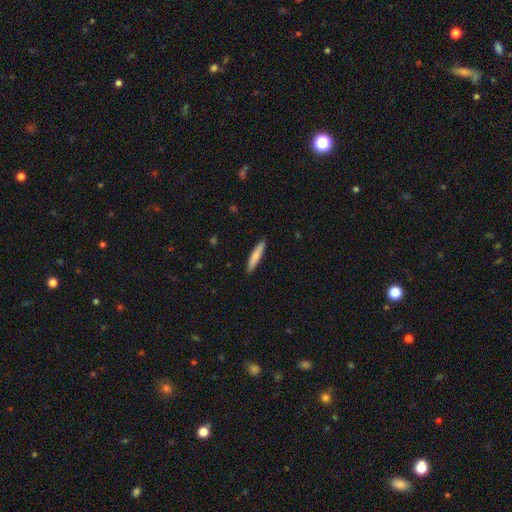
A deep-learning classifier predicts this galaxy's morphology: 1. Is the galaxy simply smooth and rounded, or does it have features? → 77% smooth, 17% featured or disk, 5% star or artifact.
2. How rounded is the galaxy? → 90% cigar-shaped, 9% in between, 1% round.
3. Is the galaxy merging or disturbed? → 90% none, 8% minor disturbance, 1% major disturbance, 1% merger.